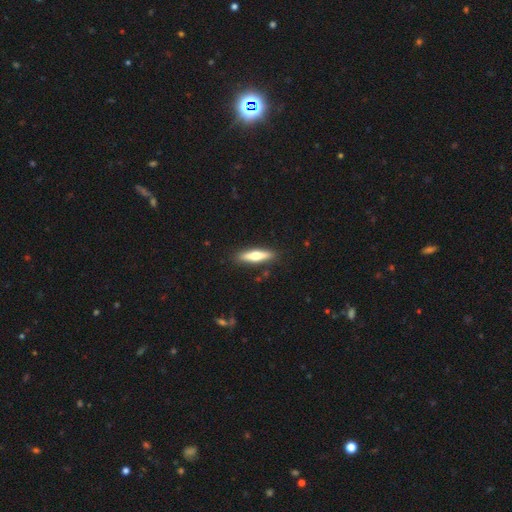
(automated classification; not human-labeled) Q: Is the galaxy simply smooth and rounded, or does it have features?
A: smooth — 50%.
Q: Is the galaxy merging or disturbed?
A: none — 89%.